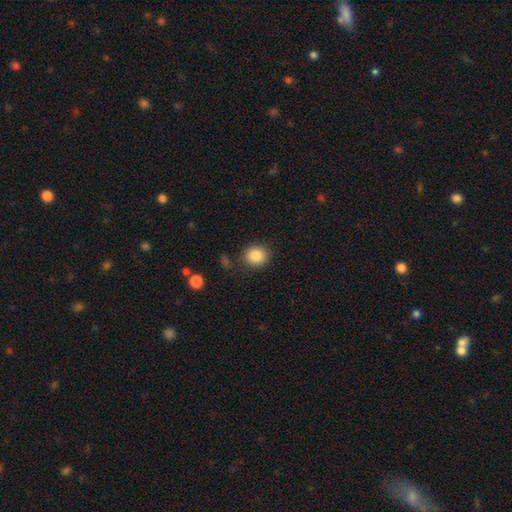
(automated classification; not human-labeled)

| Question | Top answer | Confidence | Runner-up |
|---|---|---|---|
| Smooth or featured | smooth | 86% | star or artifact (9%) |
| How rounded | round | 80% | in between (19%) |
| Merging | none | 82% | minor disturbance (11%) |